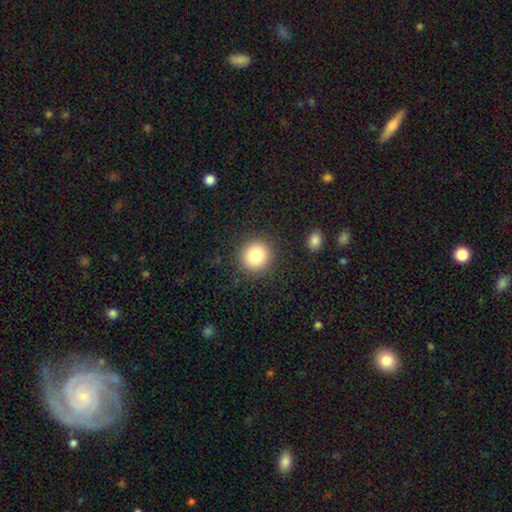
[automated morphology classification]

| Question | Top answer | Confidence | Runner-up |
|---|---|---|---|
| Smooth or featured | smooth | 84% | star or artifact (10%) |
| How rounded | round | 89% | in between (10%) |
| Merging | none | 88% | minor disturbance (8%) |